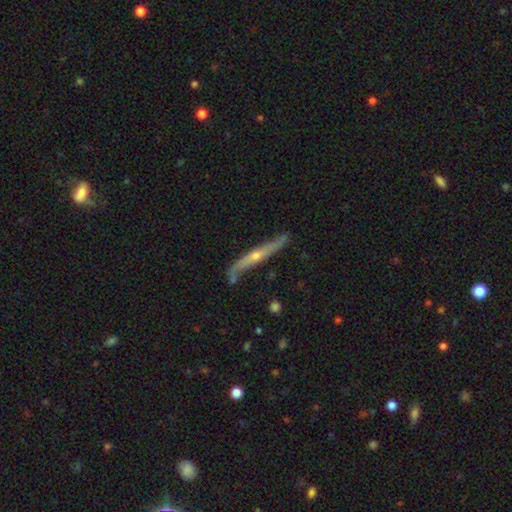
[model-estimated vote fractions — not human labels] smooth_or_featured: featured or disk (p=0.70) [alt: smooth p=0.25]
disk_edge_on: yes (p=0.92) [alt: no p=0.08]
edge_on_bulge: rounded (p=0.81) [alt: none p=0.16]
merging: none (p=0.73) [alt: minor disturbance p=0.19]